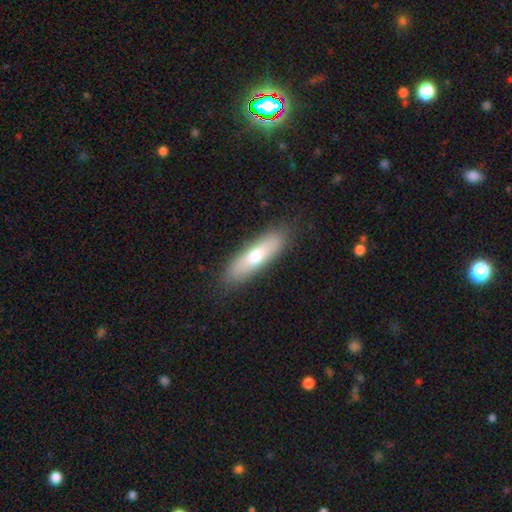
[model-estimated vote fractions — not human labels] smooth_or_featured: smooth (p=0.66) [alt: featured or disk p=0.28]
how_rounded: cigar-shaped (p=0.59) [alt: in between p=0.39]
merging: none (p=0.86) [alt: minor disturbance p=0.10]